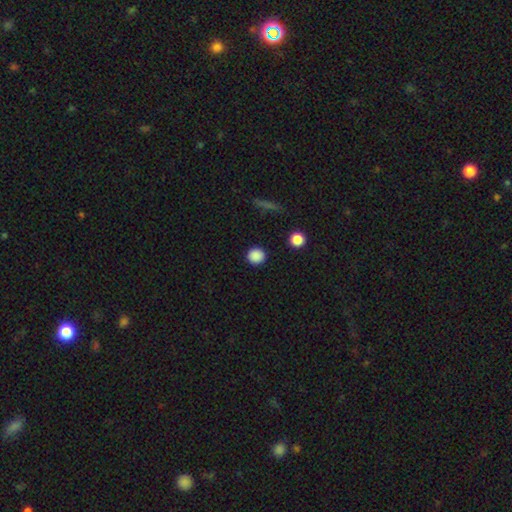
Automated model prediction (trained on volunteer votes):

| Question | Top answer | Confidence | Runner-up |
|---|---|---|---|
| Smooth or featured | smooth | 87% | star or artifact (10%) |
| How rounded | round | 93% | in between (6%) |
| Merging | none | 91% | minor disturbance (5%) |